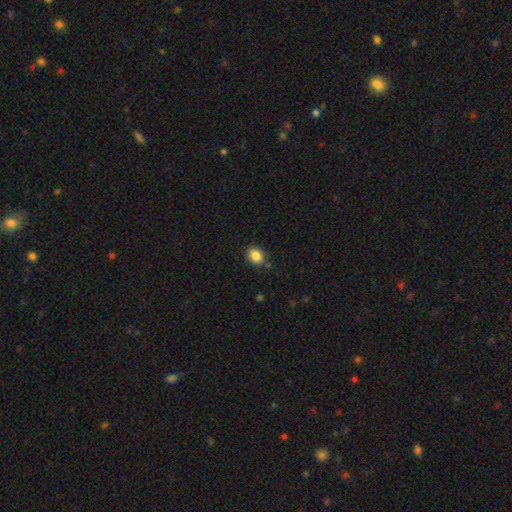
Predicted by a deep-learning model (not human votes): Smooth or featured? Predicted: smooth (p=0.86). How rounded? Predicted: round (p=0.54). Merging? Predicted: none (p=0.80).